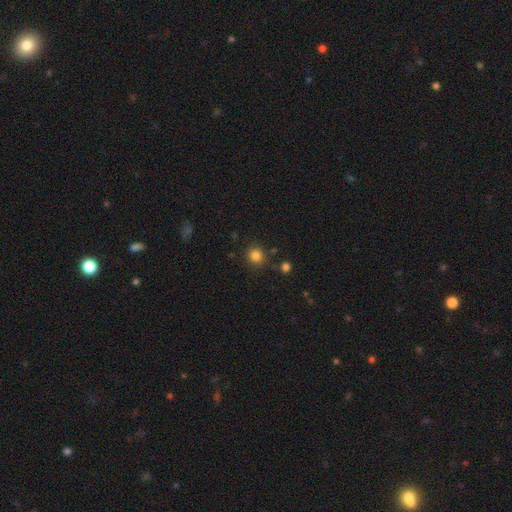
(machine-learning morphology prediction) This appears to be a smooth galaxy with no disk features (83%) that is round (88%). Merging: none (84%).